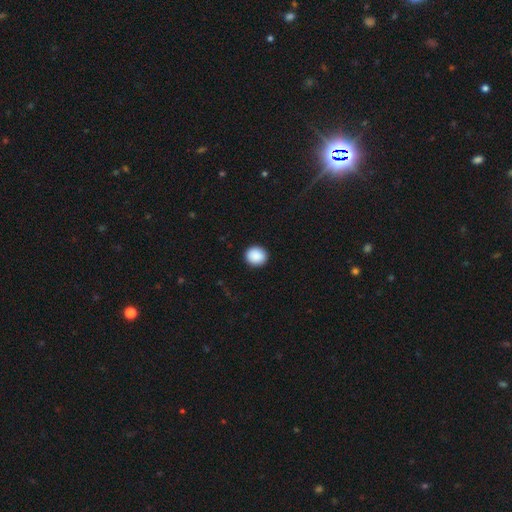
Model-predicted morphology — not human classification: smooth 90%, star or artifact 8%, featured or disk 2%. Down the decision tree: how rounded — round (86%); merging — none (92%).